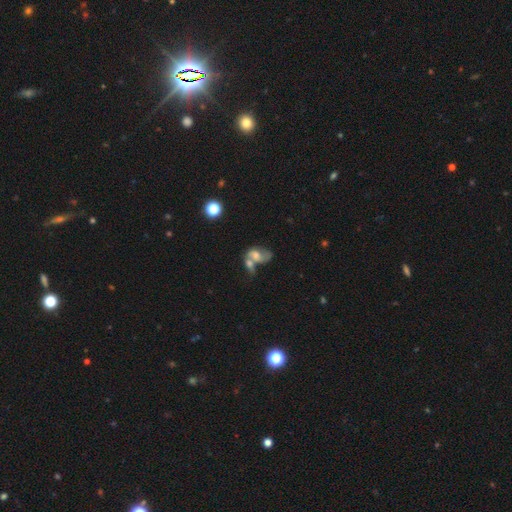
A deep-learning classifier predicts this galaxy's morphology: featured or disk 50%, smooth 39%, star or artifact 11%. Down the decision tree: merging — merger (63%).